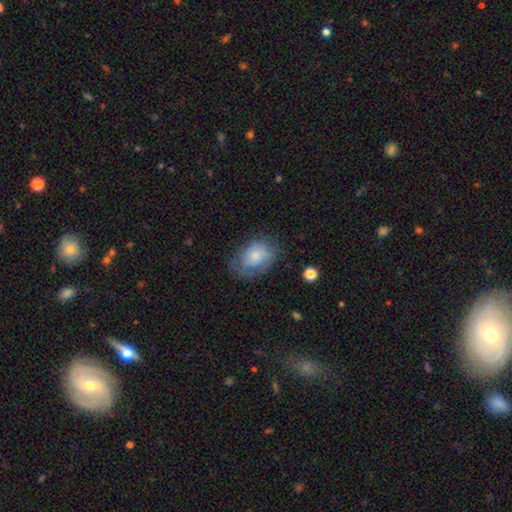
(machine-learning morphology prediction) Smooth or featured? Predicted: smooth (p=0.66). How rounded? Predicted: in between (p=0.69). Merging? Predicted: none (p=0.55).